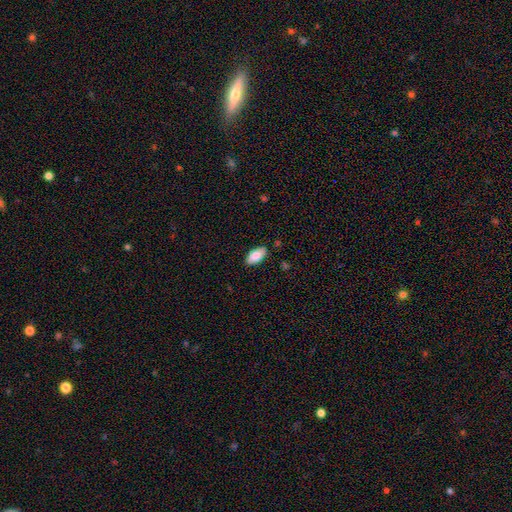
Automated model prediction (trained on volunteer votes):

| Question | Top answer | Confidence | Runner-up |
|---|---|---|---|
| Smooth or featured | smooth | 80% | featured or disk (13%) |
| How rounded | in between | 94% | cigar-shaped (4%) |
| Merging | none | 86% | minor disturbance (11%) |